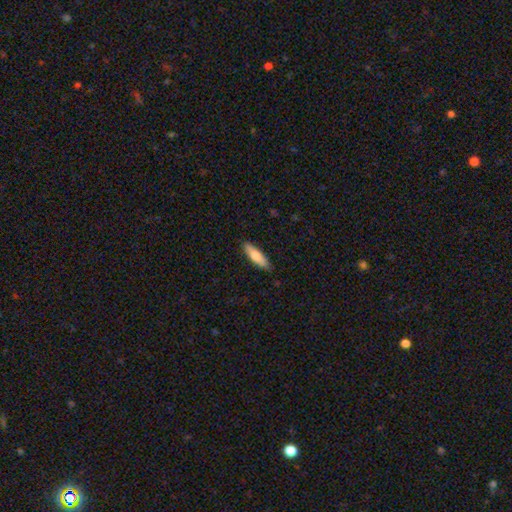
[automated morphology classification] Smooth or featured: smooth — 75% (featured or disk — 20%)
How rounded: cigar-shaped — 60% (in between — 38%)
Merging: none — 87% (minor disturbance — 10%)